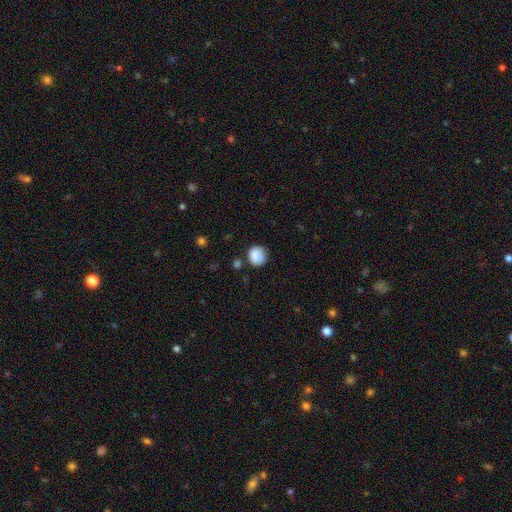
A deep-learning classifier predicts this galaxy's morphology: Smooth or featured? Predicted: smooth (p=0.84). How rounded? Predicted: round (p=0.84). Merging? Predicted: none (p=0.70).